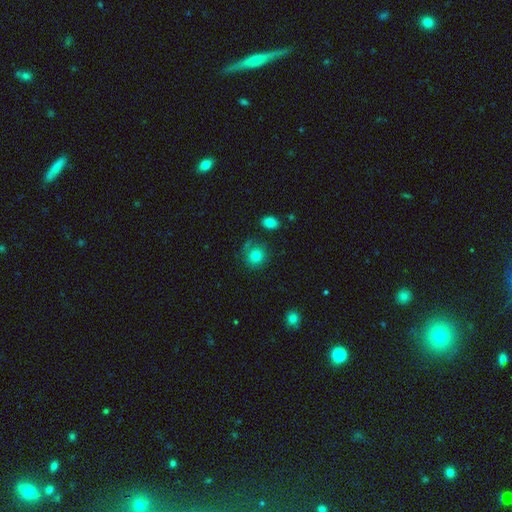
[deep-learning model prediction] Smooth or featured?
  - smooth: 79% *
  - star or artifact: 11%
  - featured or disk: 10%
How rounded?
  - round: 86% *
  - in between: 13%
  - cigar-shaped: 1%
Merging?
  - none: 75% *
  - minor disturbance: 15%
  - major disturbance: 5%
  - merger: 5%